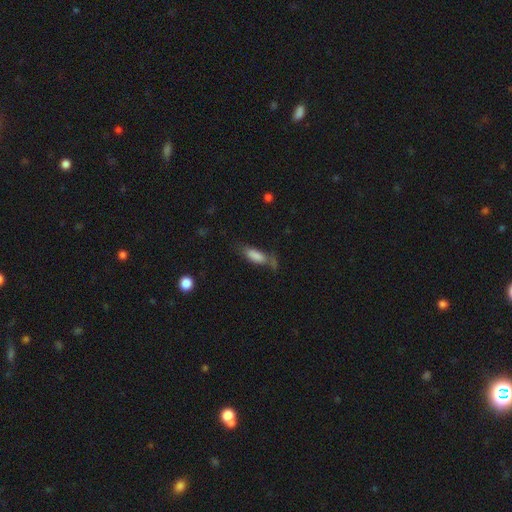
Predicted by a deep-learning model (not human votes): Smooth or featured? Predicted: smooth (p=0.78). How rounded? Predicted: in between (p=0.69). Merging? Predicted: none (p=0.48).